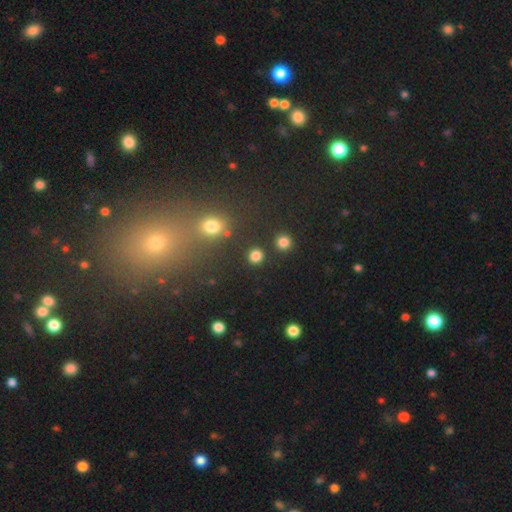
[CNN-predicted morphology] The model was most divided on "smooth or featured": smooth: 82%, star or artifact: 14%, featured or disk: 4%. More confident: how rounded — round (90%); merging — none (88%).